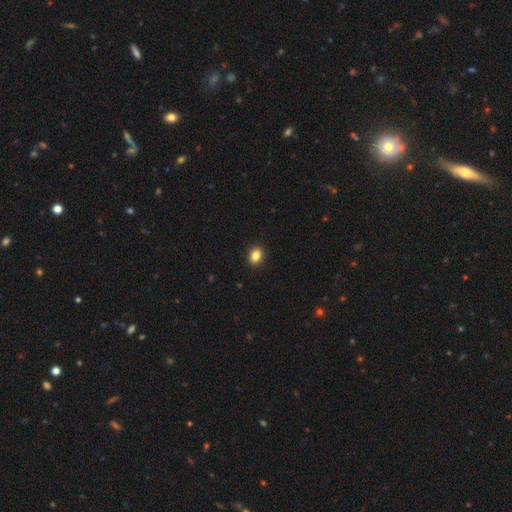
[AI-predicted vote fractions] Smooth or featured? Predicted: smooth (p=0.85). How rounded? Predicted: in between (p=0.62). Merging? Predicted: none (p=0.91).